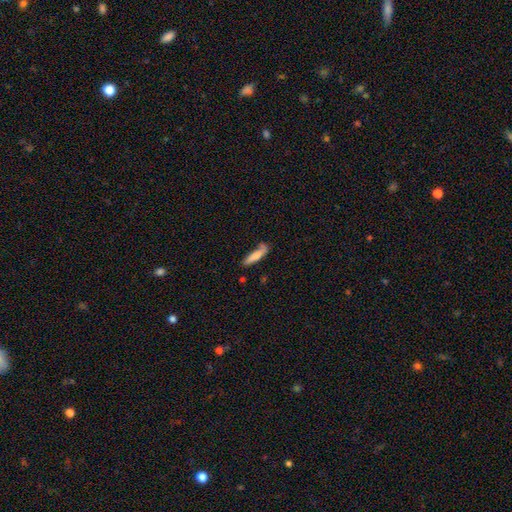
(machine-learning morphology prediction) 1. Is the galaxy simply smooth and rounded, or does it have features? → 76% smooth, 18% featured or disk, 6% star or artifact.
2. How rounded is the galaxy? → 76% cigar-shaped, 22% in between, 2% round.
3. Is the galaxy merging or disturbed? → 58% none, 25% minor disturbance, 9% merger, 9% major disturbance.